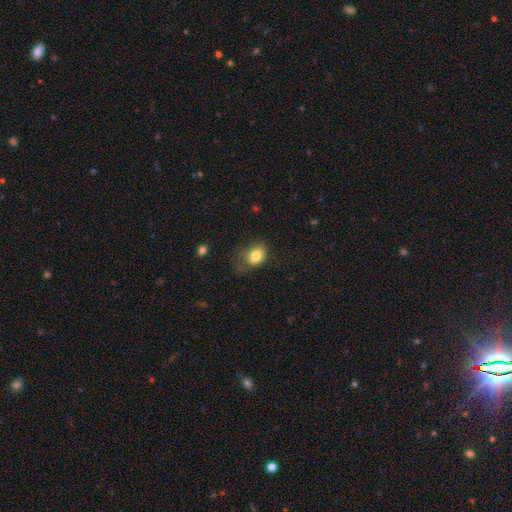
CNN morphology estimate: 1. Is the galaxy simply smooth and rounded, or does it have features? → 81% smooth, 10% star or artifact, 10% featured or disk.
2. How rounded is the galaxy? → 61% in between, 38% round, 1% cigar-shaped.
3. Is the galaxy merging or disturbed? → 50% none, 29% minor disturbance, 19% major disturbance, 2% merger.